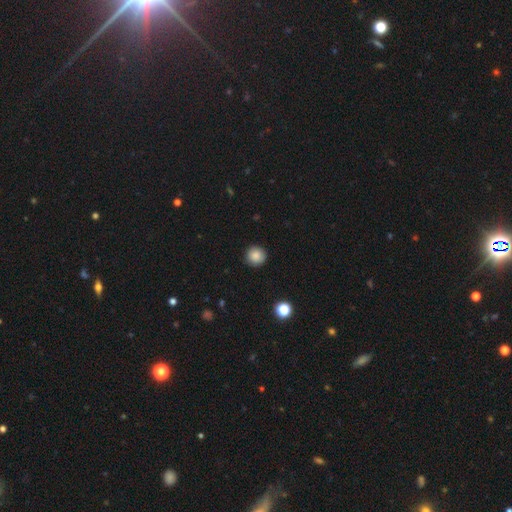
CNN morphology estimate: This appears to be a smooth galaxy with no disk features (87%) that is round (94%). Merging: none (91%).